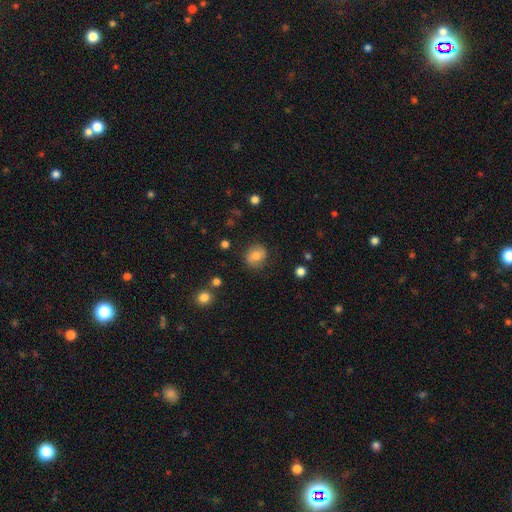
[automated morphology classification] smooth-or-featured: smooth: 75% | featured or disk: 16% | star or artifact: 9%
  how-rounded: round: 73% | in between: 26% | cigar-shaped: 1%
  merging: none: 82% | minor disturbance: 12% | major disturbance: 4% | merger: 1%